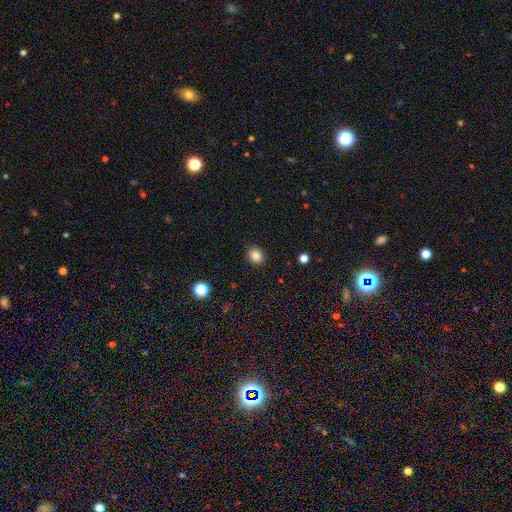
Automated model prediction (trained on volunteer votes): smooth_or_featured: smooth (p=0.86) [alt: star or artifact p=0.11]
how_rounded: round (p=0.59) [alt: in between p=0.40]
merging: none (p=0.88) [alt: minor disturbance p=0.09]